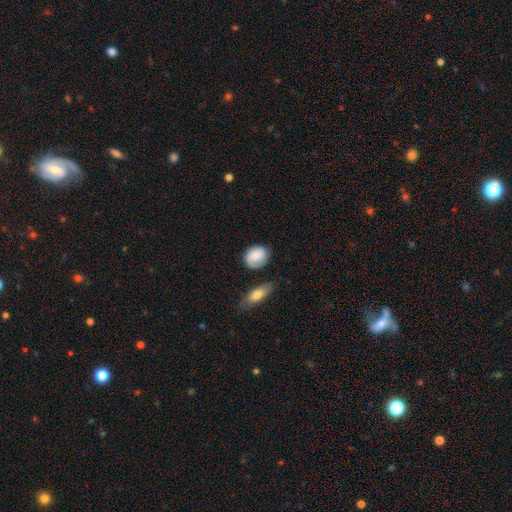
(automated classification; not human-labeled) Q: Smooth or featured?
A: smooth (72%); runner-up: featured or disk (22%)
Q: How rounded?
A: round (54%); runner-up: in between (44%)
Q: Merging?
A: none (64%); runner-up: minor disturbance (24%)